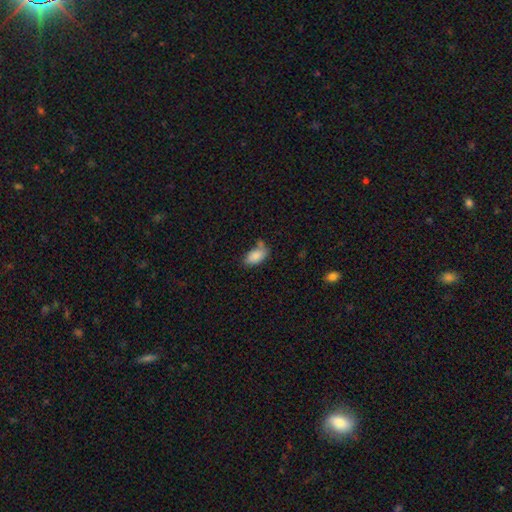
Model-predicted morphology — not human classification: smooth_or_featured: smooth (p=0.86) [alt: star or artifact p=0.08]
how_rounded: in between (p=0.93) [alt: round p=0.04]
merging: none (p=0.56) [alt: minor disturbance p=0.23]